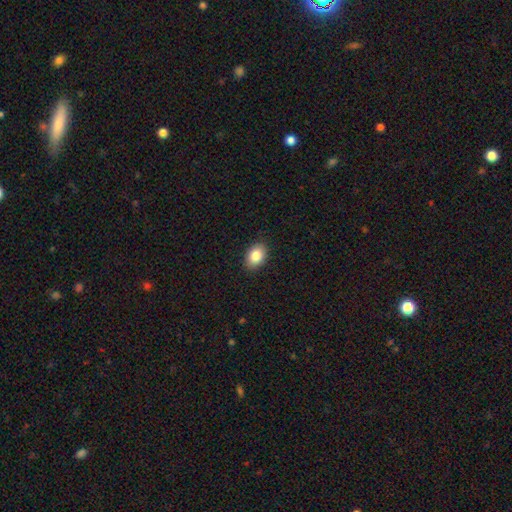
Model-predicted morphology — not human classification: This is clearly a smooth galaxy (85%). How rounded: clearly in between (82%). Merging: clearly none (89%).